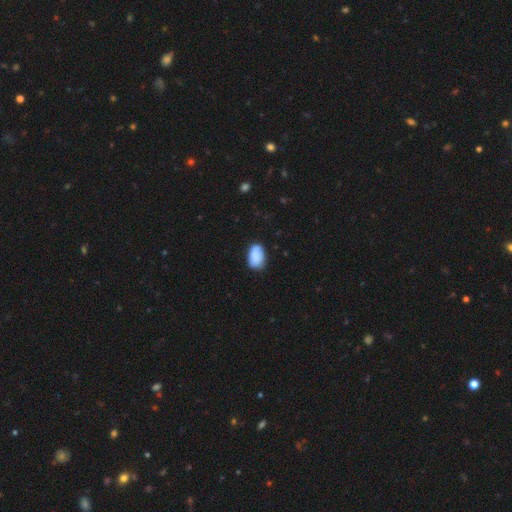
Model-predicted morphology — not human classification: Smooth or featured?
  - smooth: 88% *
  - star or artifact: 7%
  - featured or disk: 5%
How rounded?
  - in between: 92% *
  - round: 7%
  - cigar-shaped: 1%
Merging?
  - none: 75% *
  - minor disturbance: 20%
  - major disturbance: 4%
  - merger: 1%